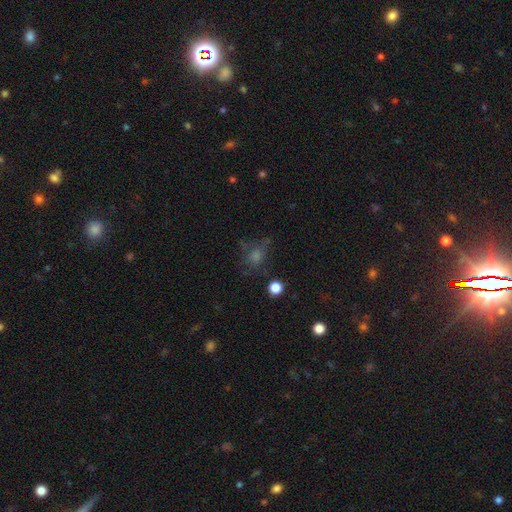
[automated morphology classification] A smooth galaxy with no disk features (46%). Merging: none (59%).